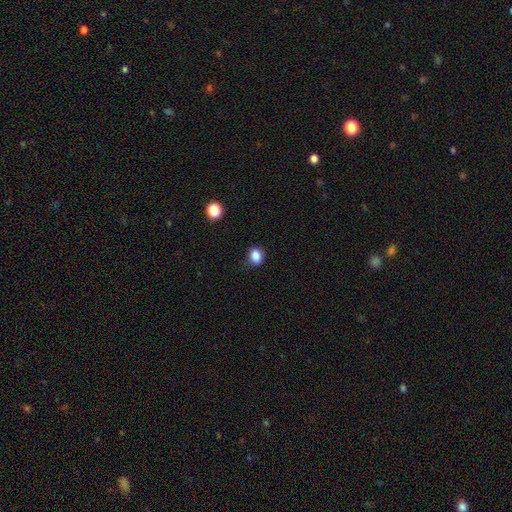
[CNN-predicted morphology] Smooth or featured: smooth — 85% (star or artifact — 11%)
How rounded: in between — 59% (round — 40%)
Merging: none — 83% (minor disturbance — 13%)